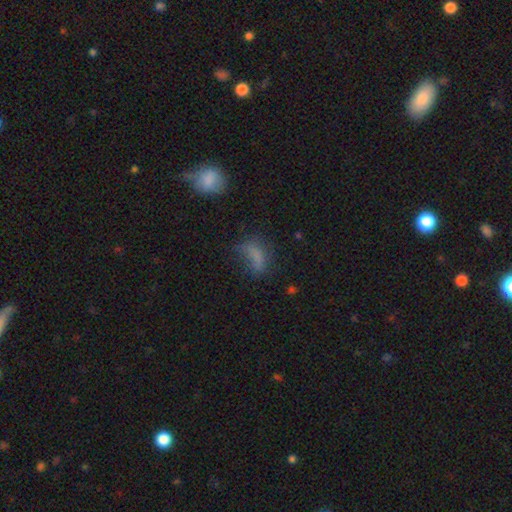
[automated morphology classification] Q: Smooth or featured?
A: smooth (66%); runner-up: featured or disk (18%)
Q: How rounded?
A: in between (73%); runner-up: cigar-shaped (16%)
Q: Merging?
A: none (35%); tied with: major disturbance (35%)